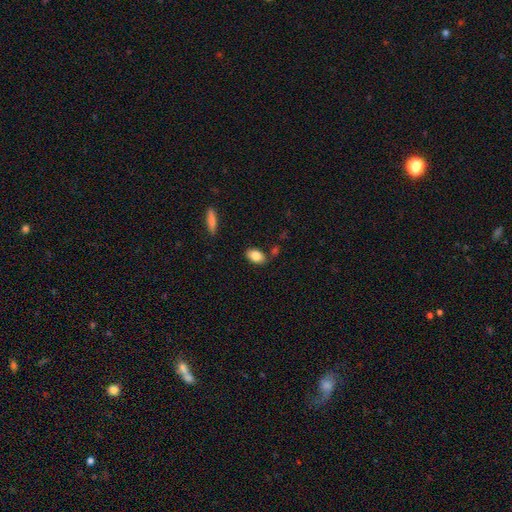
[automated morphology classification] Smooth or featured? Predicted: smooth (p=0.84). How rounded? Predicted: in between (p=0.90). Merging? Predicted: none (p=0.79).